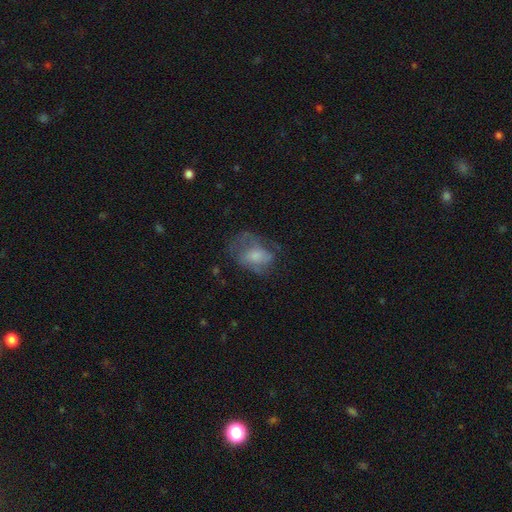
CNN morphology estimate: smooth-or-featured: smooth: 49% | featured or disk: 41% | star or artifact: 10%
  merging: none: 38% | major disturbance: 35% | minor disturbance: 25% | merger: 2%